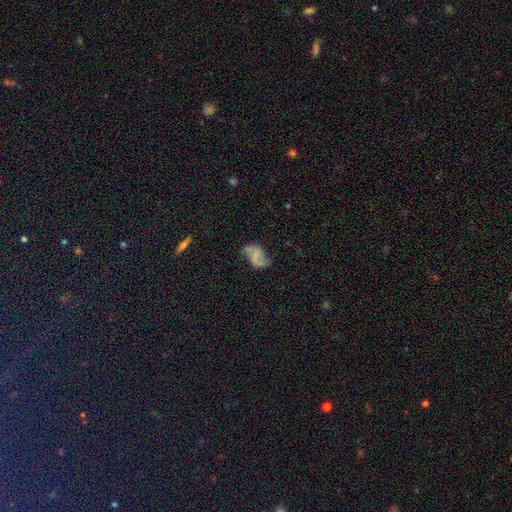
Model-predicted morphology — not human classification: Smooth or featured: featured or disk — 61% (smooth — 28%)
Edge-on disk: no — 97% (yes — 3%)
Bar: no — 42% (weak — 39%)
Spiral arms: yes — 84% (no — 16%)
Spiral winding: loose — 70% (medium — 23%)
Spiral arm count: 2 — 88% (can't tell — 5%)
Bulge size: none — 64% (small — 22%)
Merging: none — 58% (minor disturbance — 23%)